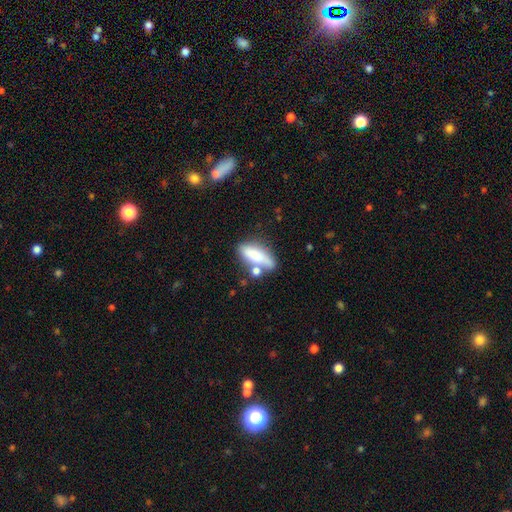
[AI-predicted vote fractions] A smooth galaxy with no disk features (73%) that is in between round and cigar-shaped (62%). Merging: none (47%).